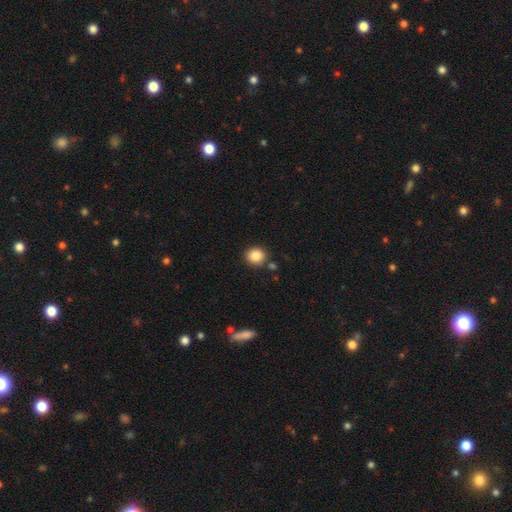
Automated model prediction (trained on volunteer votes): A smooth galaxy with no disk features (86%) that is round (84%). Merging: none (83%).